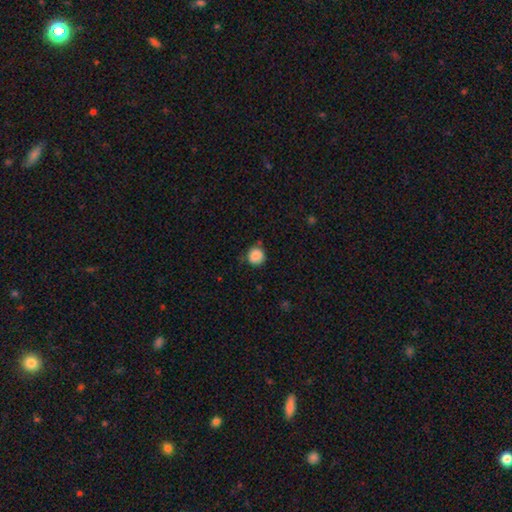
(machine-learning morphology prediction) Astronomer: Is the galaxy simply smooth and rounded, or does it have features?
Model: smooth — 86%.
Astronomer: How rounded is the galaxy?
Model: round — 91%.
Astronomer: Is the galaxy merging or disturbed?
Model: none — 74%.